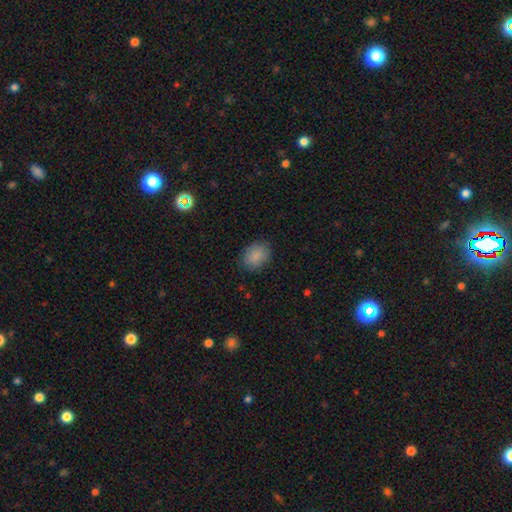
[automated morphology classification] Q: Smooth or featured?
A: smooth (85%); runner-up: star or artifact (9%)
Q: How rounded?
A: in between (51%); runner-up: round (48%)
Q: Merging?
A: none (81%); runner-up: minor disturbance (14%)